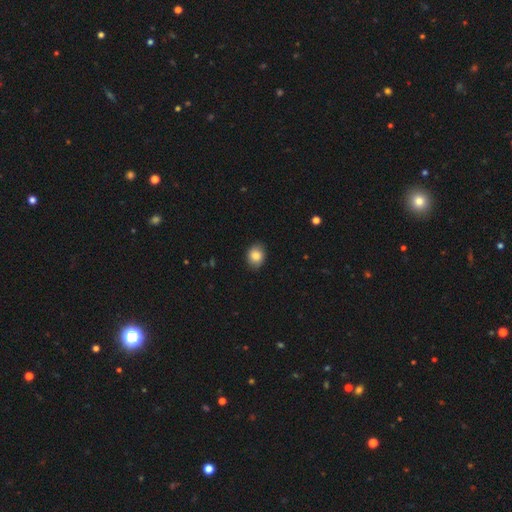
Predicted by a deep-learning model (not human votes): Q: Smooth or featured?
A: smooth (85%); runner-up: star or artifact (8%)
Q: How rounded?
A: in between (52%); runner-up: round (47%)
Q: Merging?
A: none (85%); runner-up: minor disturbance (12%)